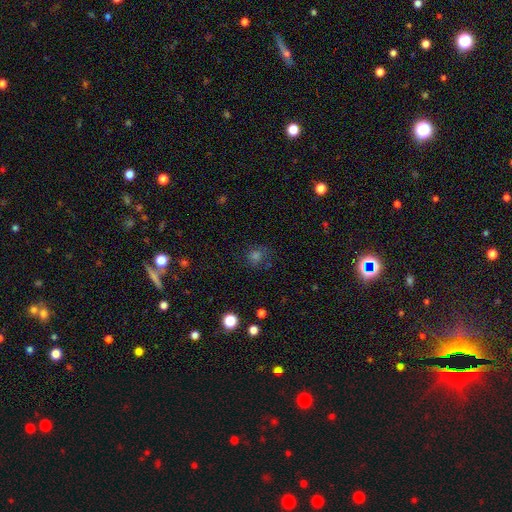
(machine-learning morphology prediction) This is possibly a smooth galaxy (55%). How rounded: clearly round (81%). Merging: likely none (76%).